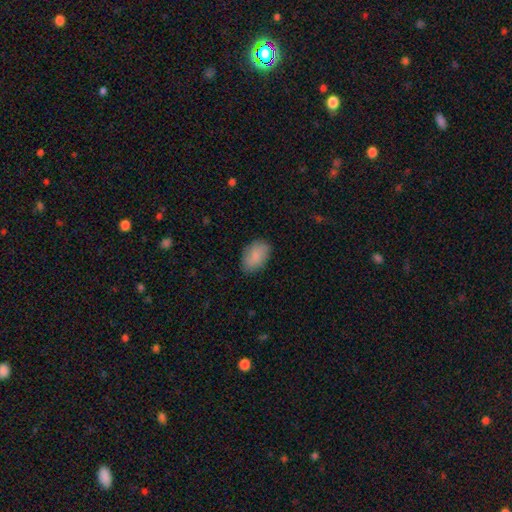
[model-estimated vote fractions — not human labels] Overall: smooth (86%). How rounded: in between (89%). Merging: none (82%).